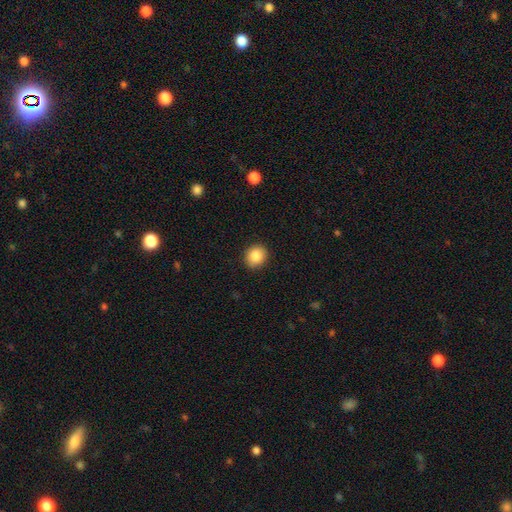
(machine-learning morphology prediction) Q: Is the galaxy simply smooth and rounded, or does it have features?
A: smooth — 86%.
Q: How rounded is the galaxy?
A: round — 78%.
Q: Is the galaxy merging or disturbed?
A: none — 91%.